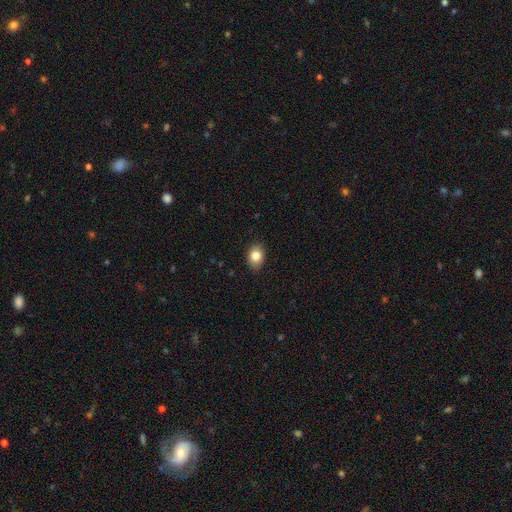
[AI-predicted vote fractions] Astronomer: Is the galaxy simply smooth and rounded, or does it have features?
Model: smooth — 84%.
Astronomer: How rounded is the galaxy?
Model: in between — 68%.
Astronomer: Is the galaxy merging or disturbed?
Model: none — 86%.